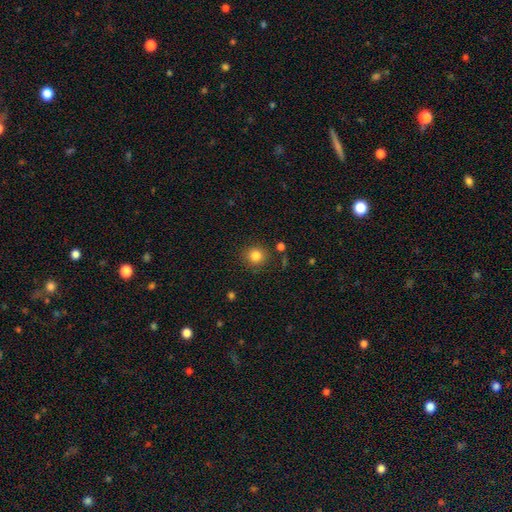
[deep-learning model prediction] Q: Smooth or featured?
A: smooth (83%); runner-up: star or artifact (11%)
Q: How rounded?
A: round (90%); runner-up: in between (9%)
Q: Merging?
A: none (86%); runner-up: minor disturbance (8%)